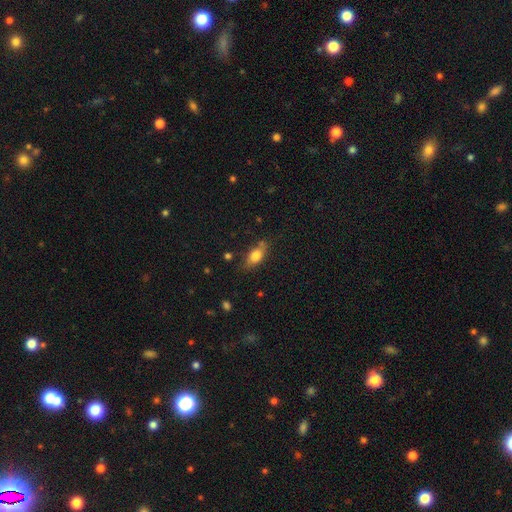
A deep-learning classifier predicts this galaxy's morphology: A smooth galaxy with no disk features (77%) that is in between round and cigar-shaped (81%). Merging: none (70%).